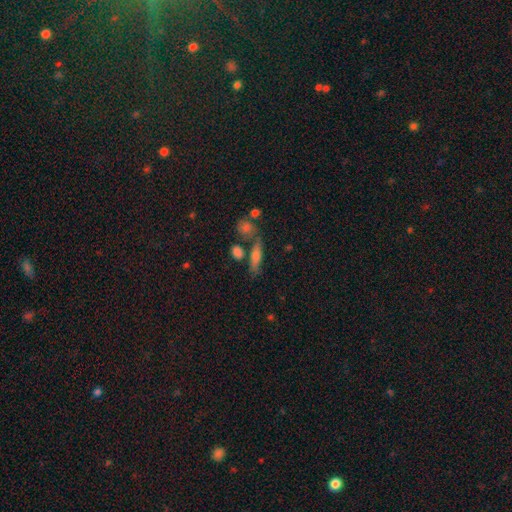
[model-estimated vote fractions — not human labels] smooth-or-featured: smooth: 49% | featured or disk: 36% | star or artifact: 15%
  merging: none: 63% | merger: 18% | minor disturbance: 13% | major disturbance: 6%